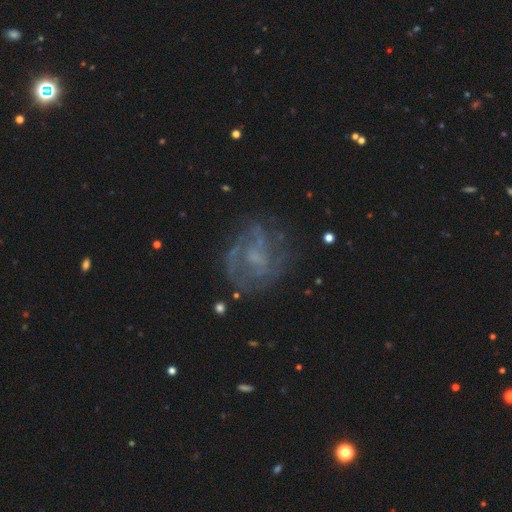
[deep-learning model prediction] A featured or disk galaxy (71%) with no bar (53%), medium (41%) spiral arms (74%) and a small central bulge (40%). Merging: none (64%).